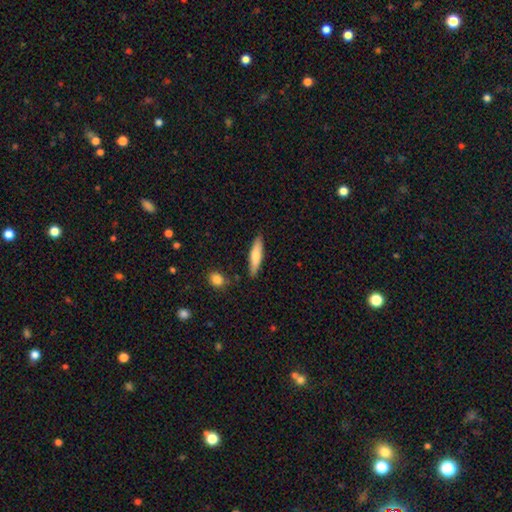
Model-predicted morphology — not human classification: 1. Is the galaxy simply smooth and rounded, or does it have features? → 68% smooth, 26% featured or disk, 6% star or artifact.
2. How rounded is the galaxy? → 74% cigar-shaped, 24% in between, 2% round.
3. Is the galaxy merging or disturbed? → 85% none, 10% minor disturbance, 2% merger, 2% major disturbance.